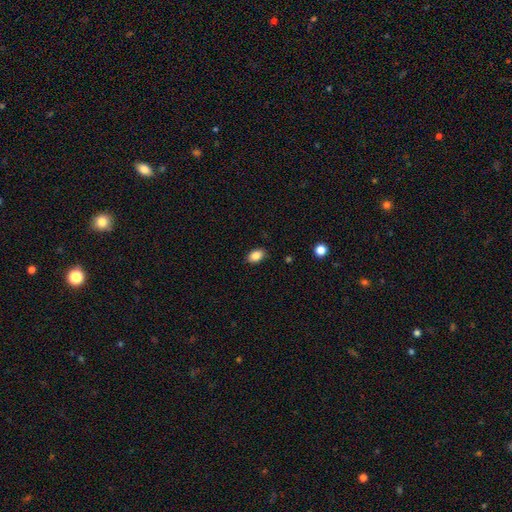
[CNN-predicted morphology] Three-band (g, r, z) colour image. It shows a smooth galaxy with no disk features (87%) that is in between round and cigar-shaped (87%). Merging: none (87%).